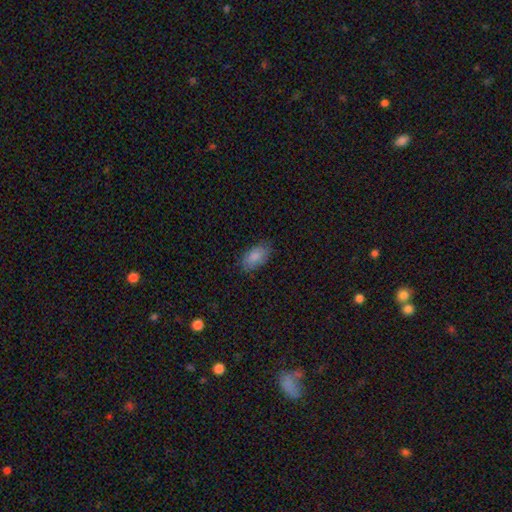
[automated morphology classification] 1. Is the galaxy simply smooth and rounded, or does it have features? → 85% smooth, 7% featured or disk, 7% star or artifact.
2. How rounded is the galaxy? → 93% in between, 4% round, 3% cigar-shaped.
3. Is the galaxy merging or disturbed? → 82% none, 14% minor disturbance, 3% major disturbance, 1% merger.